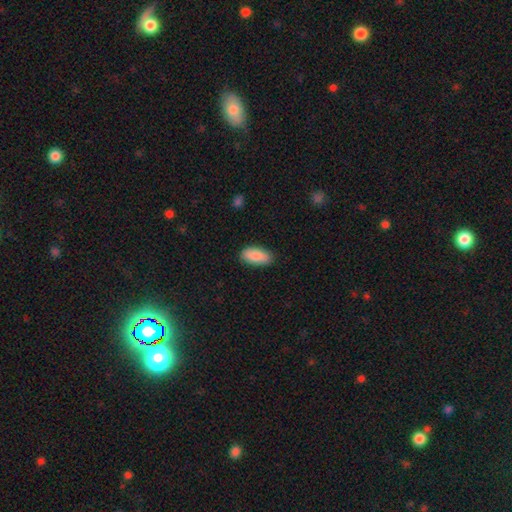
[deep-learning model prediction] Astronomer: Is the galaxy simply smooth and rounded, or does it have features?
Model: smooth — 87%.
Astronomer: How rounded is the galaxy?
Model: in between — 91%.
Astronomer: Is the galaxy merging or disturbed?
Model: none — 86%.